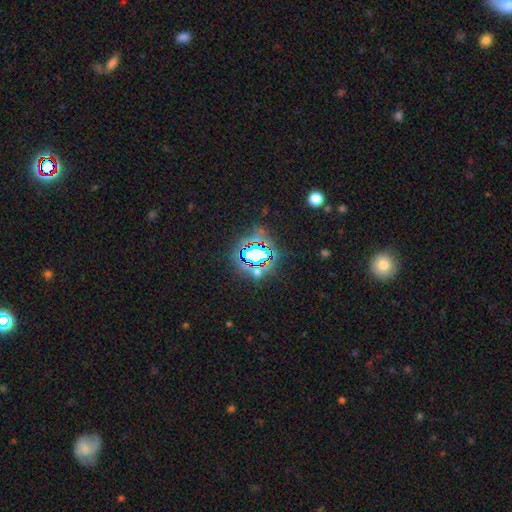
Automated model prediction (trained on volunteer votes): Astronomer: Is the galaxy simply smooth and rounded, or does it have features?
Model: star or artifact — 71%.